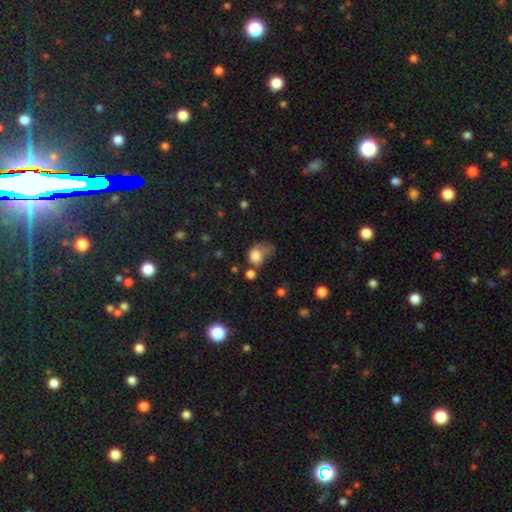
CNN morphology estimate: Smooth or featured? smooth (77%)
How rounded? in between (50%)
Merging? major disturbance (41%)